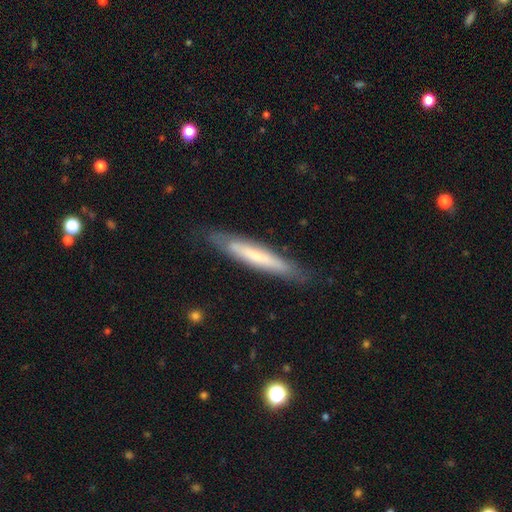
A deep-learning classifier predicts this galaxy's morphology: A smooth galaxy with no disk features (55%) that is cigar-shaped (92%).

Vote fractions:
- Smooth or featured? smooth: 55% / featured or disk: 40% / star or artifact: 6%
- How rounded? cigar-shaped: 92% / in between: 7% / round: 1%
- Merging? none: 81% / minor disturbance: 14% / major disturbance: 4% / merger: 1%